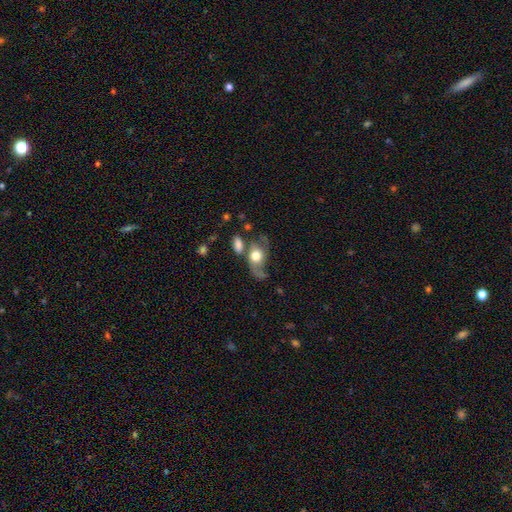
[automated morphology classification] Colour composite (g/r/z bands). It shows a smooth galaxy with no disk features (53%) that is in between round and cigar-shaped (69%). Merging: none (29%).